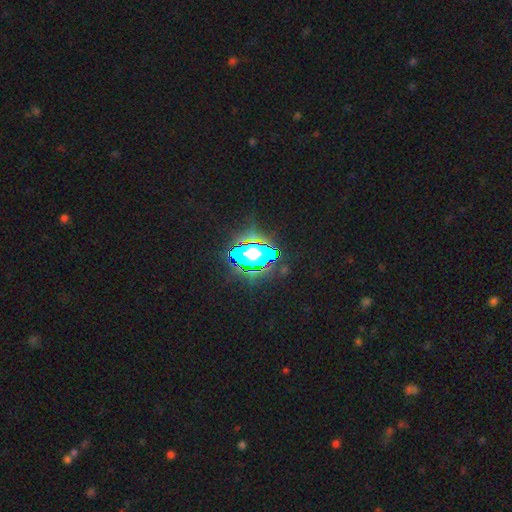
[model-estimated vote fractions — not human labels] Overall: star or artifact (59%; smooth 24%).